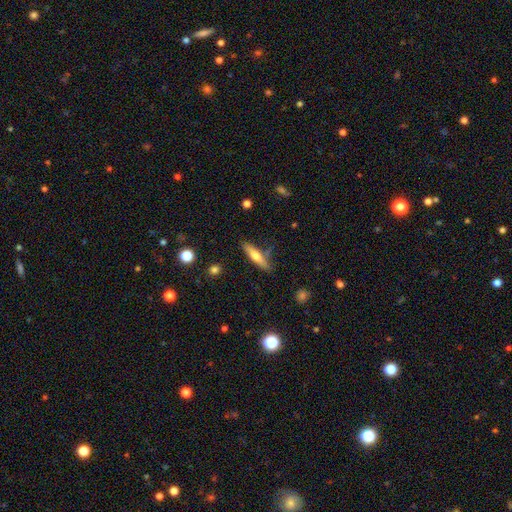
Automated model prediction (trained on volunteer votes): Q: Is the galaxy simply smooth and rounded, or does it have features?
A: smooth — 57%.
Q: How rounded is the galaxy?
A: cigar-shaped — 79%.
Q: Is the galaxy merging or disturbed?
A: none — 77%.